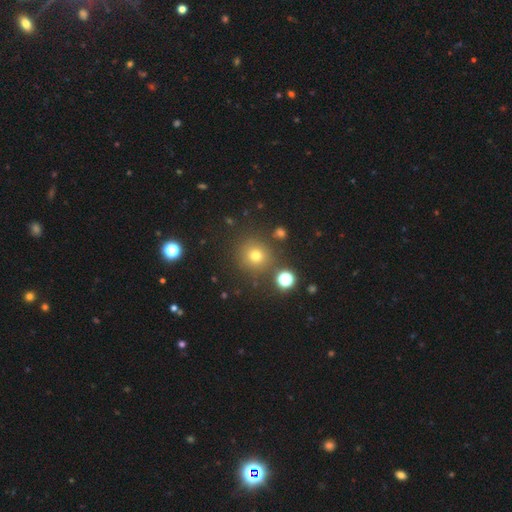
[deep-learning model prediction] A smooth galaxy with no disk features (70%) that is round (93%).

Vote fractions:
- Smooth or featured? smooth: 70% / star or artifact: 22% / featured or disk: 8%
- How rounded? round: 93% / in between: 6% / cigar-shaped: 1%
- Merging? none: 84% / minor disturbance: 8% / merger: 5% / major disturbance: 3%